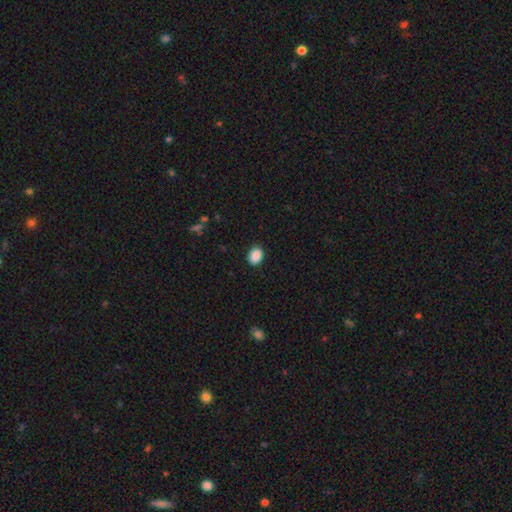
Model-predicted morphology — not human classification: Q: Smooth or featured?
A: smooth (89%); runner-up: star or artifact (8%)
Q: How rounded?
A: in between (62%); runner-up: round (37%)
Q: Merging?
A: none (88%); runner-up: minor disturbance (9%)